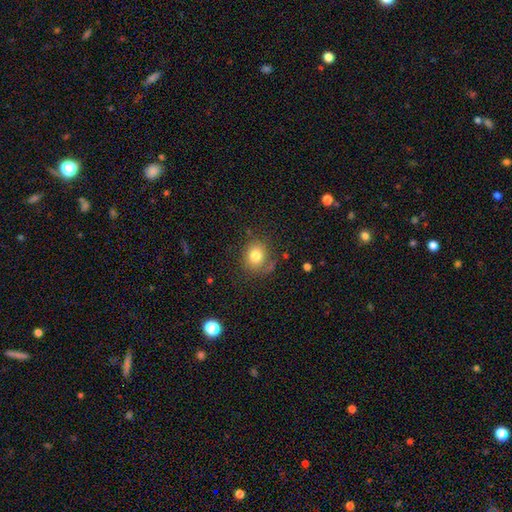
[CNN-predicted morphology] type=smooth (80%); roundness=round (75%); merging=none (73%).